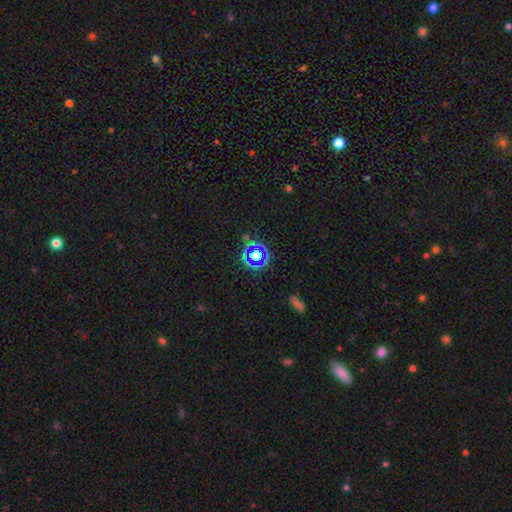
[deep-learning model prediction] Morphology: type=star or artifact (61%).